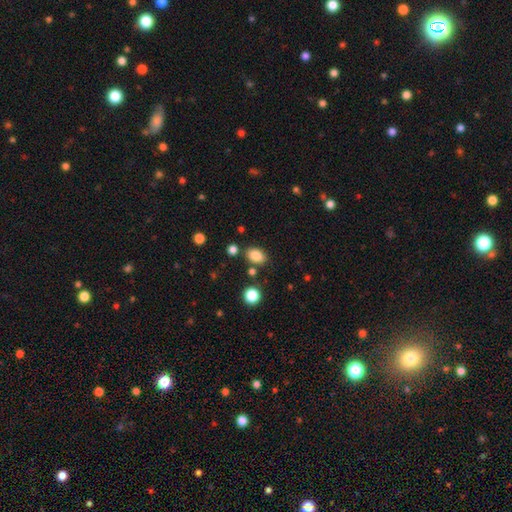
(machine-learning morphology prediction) Smooth or featured? Predicted: smooth (p=0.84). How rounded? Predicted: in between (p=0.77). Merging? Predicted: none (p=0.80).